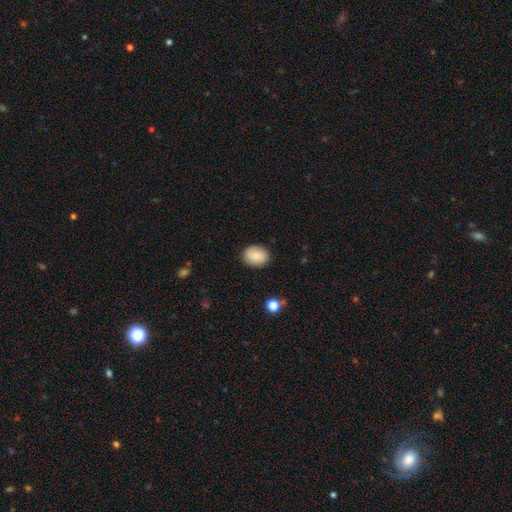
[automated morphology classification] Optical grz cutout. It shows a smooth galaxy with no disk features (86%) that is in between round and cigar-shaped (53%). Merging: none (87%).